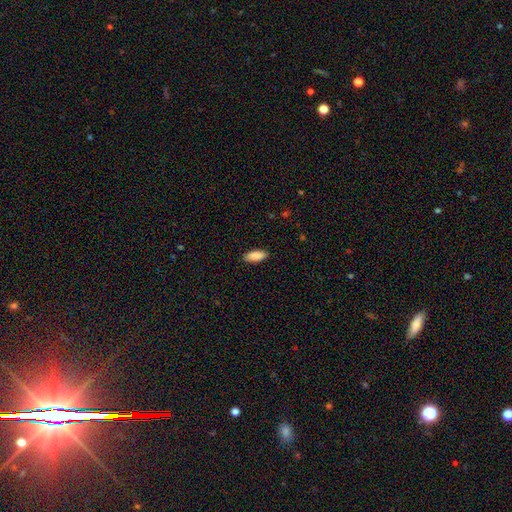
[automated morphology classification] A smooth galaxy with no disk features (90%) that is in between round and cigar-shaped (77%).

Vote fractions:
- Smooth or featured? smooth: 90% / star or artifact: 6% / featured or disk: 4%
- How rounded? in between: 77% / cigar-shaped: 21% / round: 2%
- Merging? none: 89% / minor disturbance: 8% / major disturbance: 2% / merger: 1%